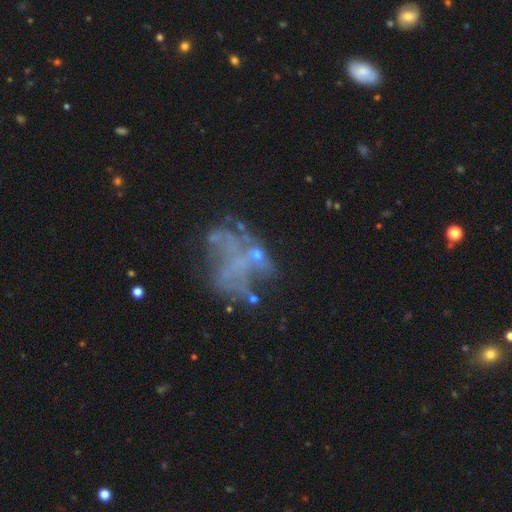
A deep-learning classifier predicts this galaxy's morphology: type=featured or disk (61%); edge-on=no (97%); bar=no (88%); spiral arms=no (83%); bulge=none (72%); merging=major disturbance (37%).